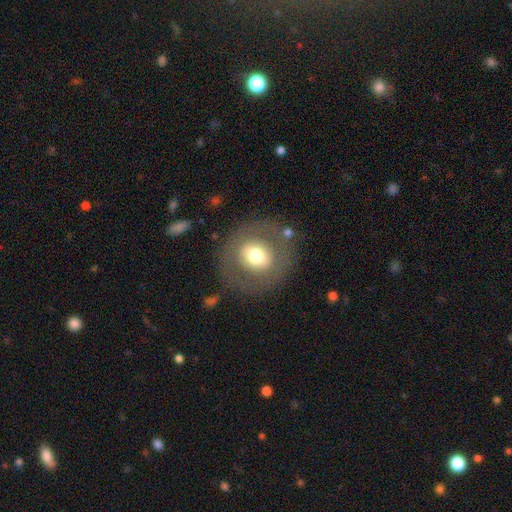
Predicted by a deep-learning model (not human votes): smooth 58%, featured or disk 33%, star or artifact 9%. Down the decision tree: how rounded — round (90%); merging — none (81%).